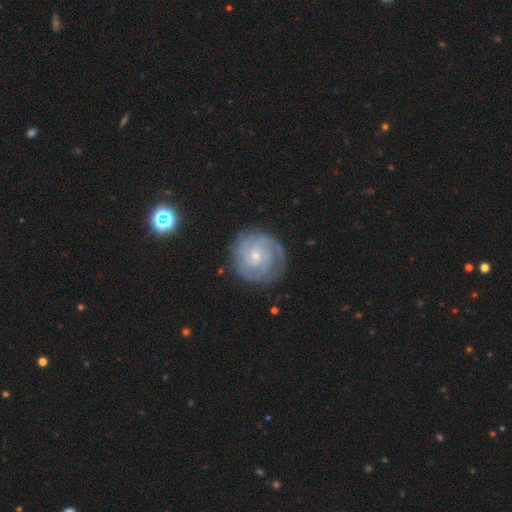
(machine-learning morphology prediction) Overall: featured or disk (83%). Edge-on disk: no (98%). Bar: no (69%). Spiral arms: yes (96%). Spiral arm count: 3 (28%; can't tell 27%). Spiral winding: tight (70%). Bulge size: small (75%). Merging: none (80%).